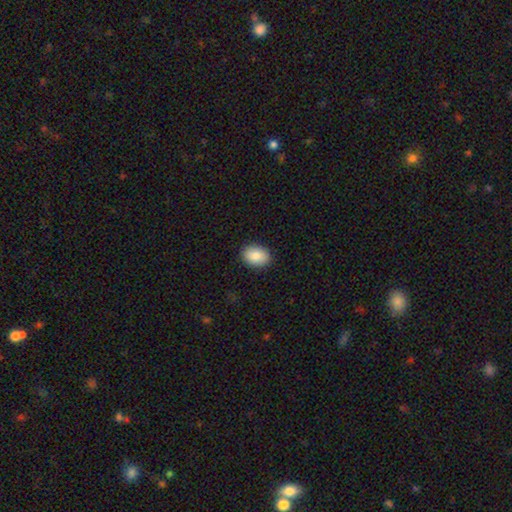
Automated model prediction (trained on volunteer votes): Smooth or featured? smooth (85%)
How rounded? in between (74%)
Merging? none (90%)